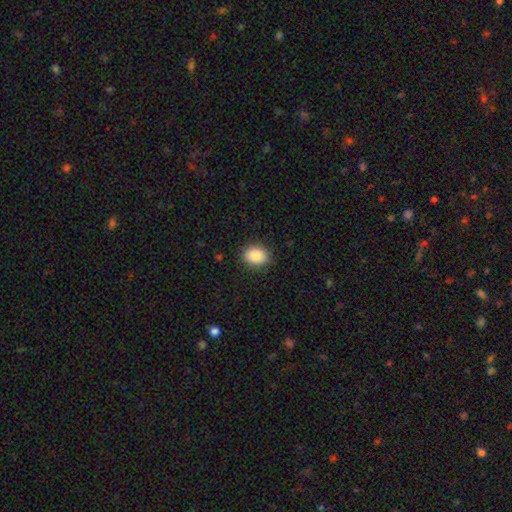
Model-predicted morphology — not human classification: Smooth or featured? Predicted: smooth (p=0.88). How rounded? Predicted: in between (p=0.58). Merging? Predicted: none (p=0.88).